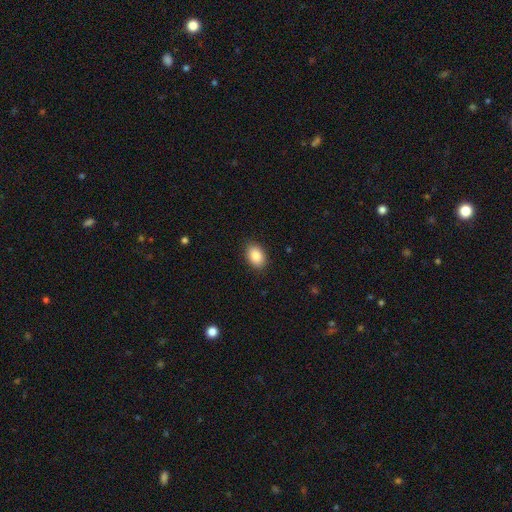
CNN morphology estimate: Smooth or featured?
  - smooth: 88% *
  - star or artifact: 7%
  - featured or disk: 5%
How rounded?
  - in between: 85% *
  - round: 14%
  - cigar-shaped: 1%
Merging?
  - none: 89% *
  - minor disturbance: 8%
  - major disturbance: 2%
  - merger: 1%